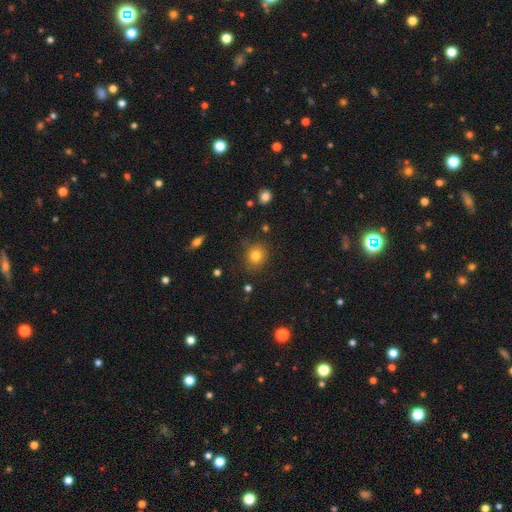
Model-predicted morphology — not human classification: This is likely a smooth galaxy (80%). How rounded: likely round (69%). Merging: clearly none (84%).